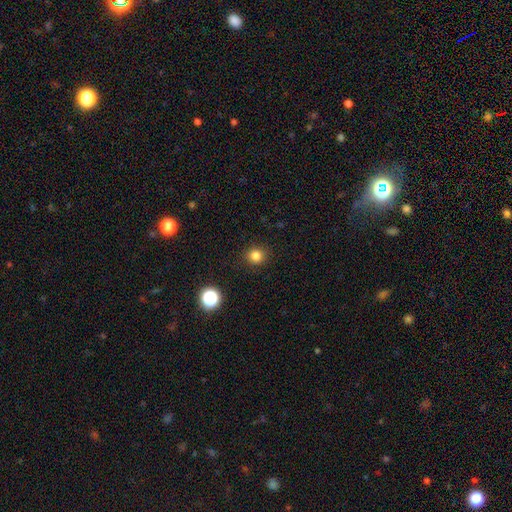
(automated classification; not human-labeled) Smooth or featured? Predicted: smooth (p=0.82). How rounded? Predicted: round (p=0.90). Merging? Predicted: none (p=0.90).